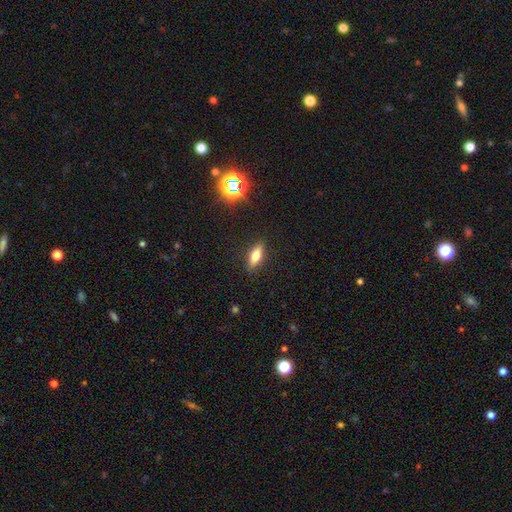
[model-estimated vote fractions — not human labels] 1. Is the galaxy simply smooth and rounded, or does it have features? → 65% smooth, 24% featured or disk, 10% star or artifact.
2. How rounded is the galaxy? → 60% in between, 37% cigar-shaped, 3% round.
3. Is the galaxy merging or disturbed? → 87% none, 9% minor disturbance, 2% major disturbance, 1% merger.